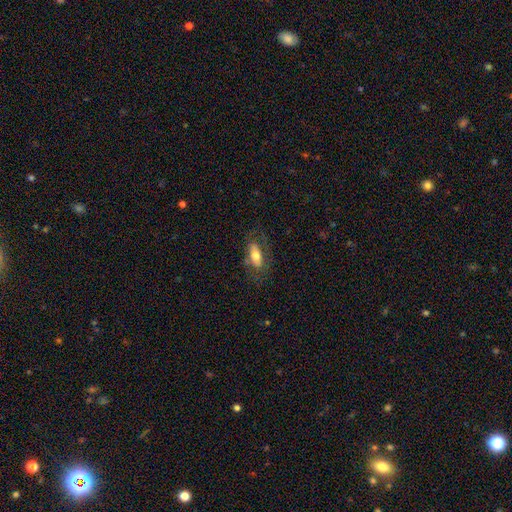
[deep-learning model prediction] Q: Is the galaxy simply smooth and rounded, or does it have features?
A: smooth — 62%.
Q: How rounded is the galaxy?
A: in between — 82%.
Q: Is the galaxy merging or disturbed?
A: none — 68%.